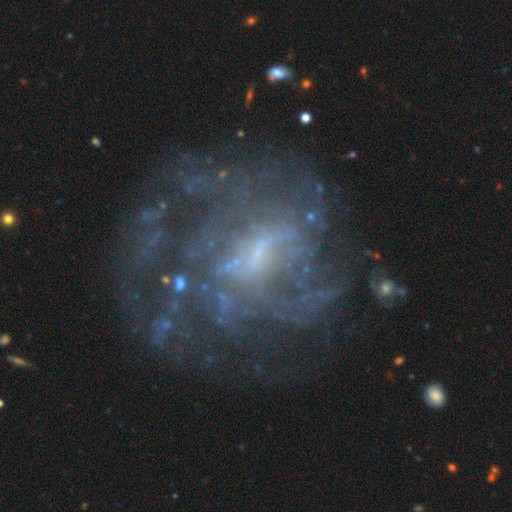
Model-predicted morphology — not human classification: This is likely a featured or disk galaxy (78%). It is clearly not viewed edge-on (97%). Bar: possibly weak (48%). Spiral arm pattern: likely yes (68%). Spiral arm count: possibly can't tell (57%). Spiral winding: marginally tight (42%). Central bulge: possibly small (49%). Merging: possibly none (57%).